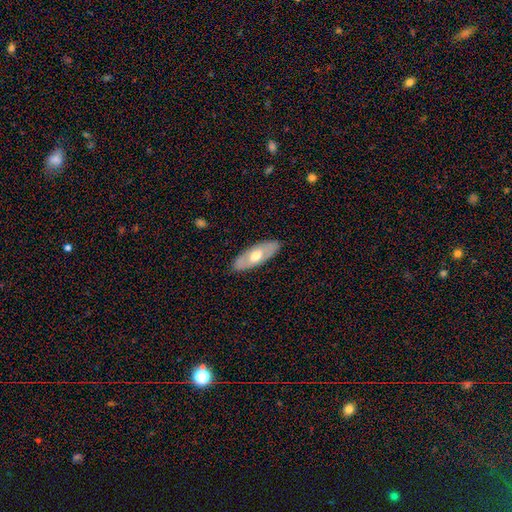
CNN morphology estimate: This appears to be a featured or disk galaxy (48%). Merging: none (87%).